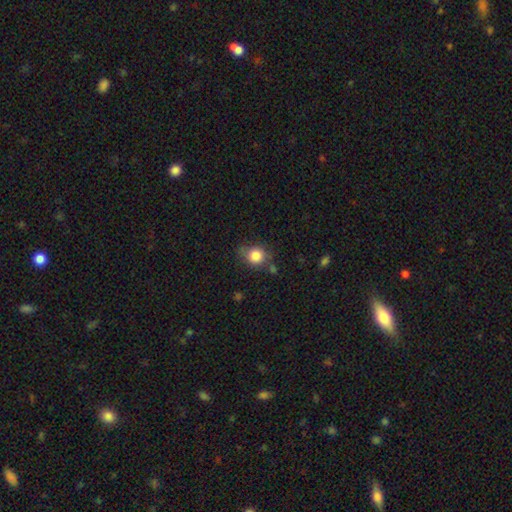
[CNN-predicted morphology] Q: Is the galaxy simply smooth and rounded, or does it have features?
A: smooth — 83%.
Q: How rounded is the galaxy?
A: round — 74%.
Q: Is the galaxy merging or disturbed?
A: none — 66%.